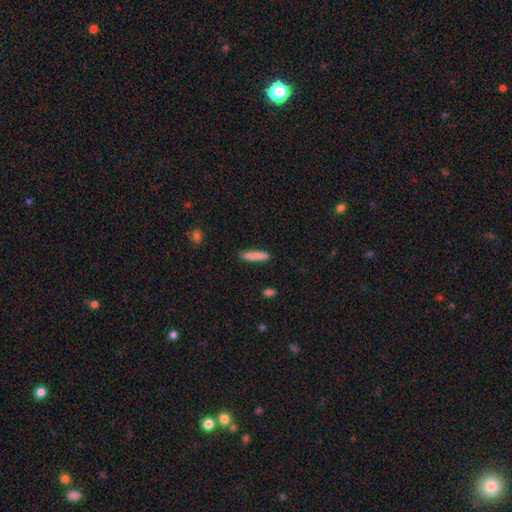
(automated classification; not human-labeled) Smooth or featured?
  - smooth: 85% *
  - featured or disk: 9%
  - star or artifact: 6%
How rounded?
  - cigar-shaped: 90% *
  - in between: 8%
  - round: 1%
Merging?
  - none: 88% *
  - minor disturbance: 8%
  - major disturbance: 2%
  - merger: 1%